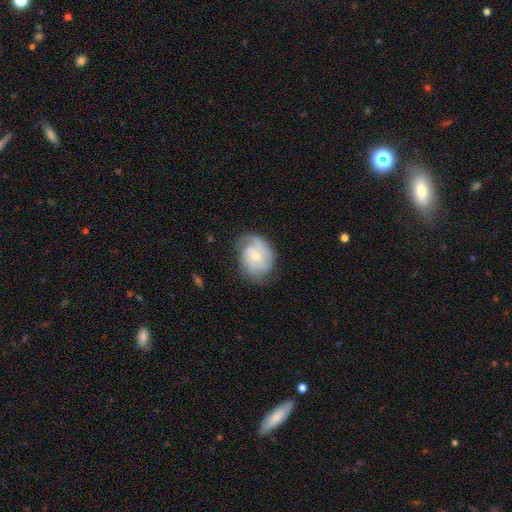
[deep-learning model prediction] This is likely a featured or disk galaxy (73%). It is clearly not viewed edge-on (97%). Bar: likely no (71%). Spiral arm pattern: clearly yes (91%). Spiral arm count: marginally 2 (34%). Spiral winding: possibly tight (48%). Central bulge: likely small (62%). Merging: likely none (63%).